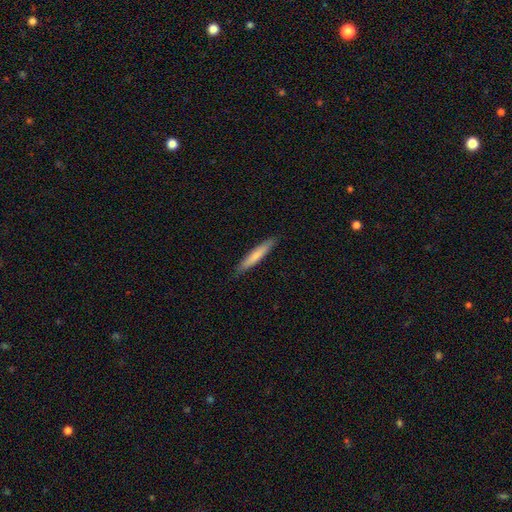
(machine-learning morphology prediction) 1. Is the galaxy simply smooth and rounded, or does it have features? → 74% smooth, 21% featured or disk, 5% star or artifact.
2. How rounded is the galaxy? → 93% cigar-shaped, 6% in between, 1% round.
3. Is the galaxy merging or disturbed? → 89% none, 9% minor disturbance, 2% major disturbance, 1% merger.